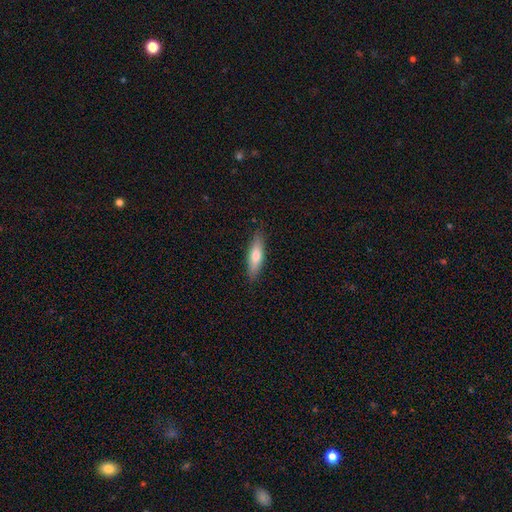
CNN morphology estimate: This appears to be a smooth galaxy with no disk features (70%) that is cigar-shaped (65%). Merging: none (87%).